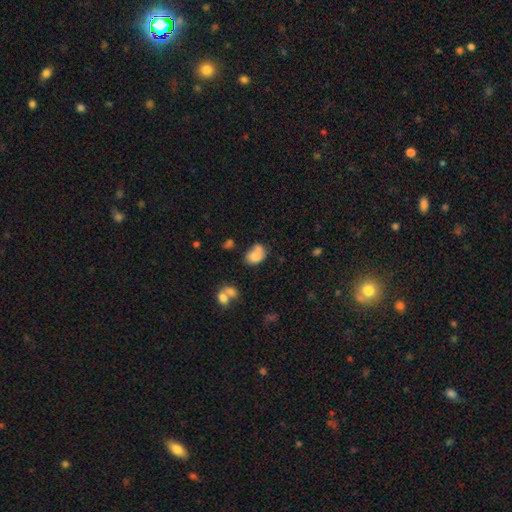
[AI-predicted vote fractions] Smooth or featured? Predicted: smooth (p=0.76). How rounded? Predicted: in between (p=0.66). Merging? Predicted: merger (p=0.42).